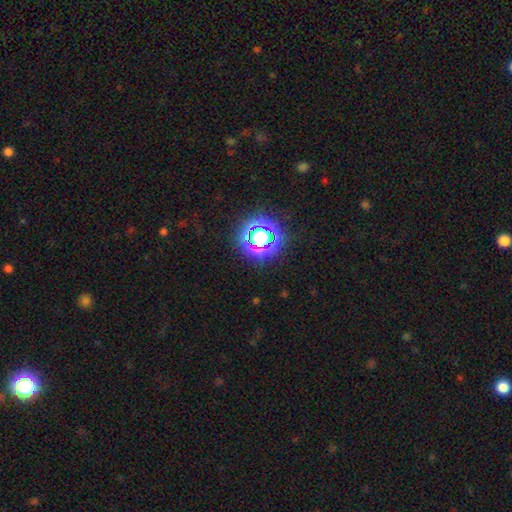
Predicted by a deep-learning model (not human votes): smooth-or-featured: star or artifact: 79% | smooth: 14% | featured or disk: 6%